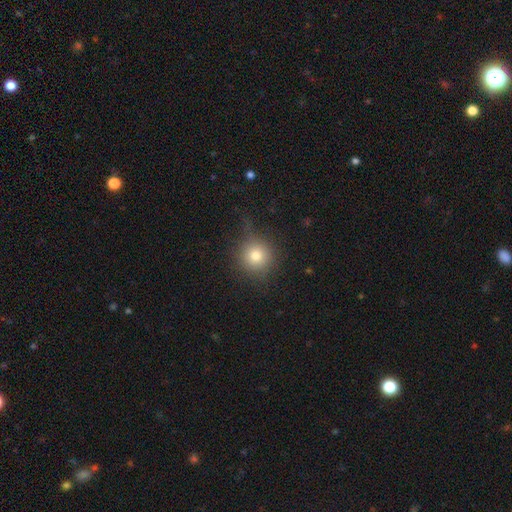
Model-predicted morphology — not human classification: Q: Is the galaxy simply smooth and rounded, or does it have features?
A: smooth — 76%.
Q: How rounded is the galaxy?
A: round — 92%.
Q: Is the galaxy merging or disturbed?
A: none — 73%.